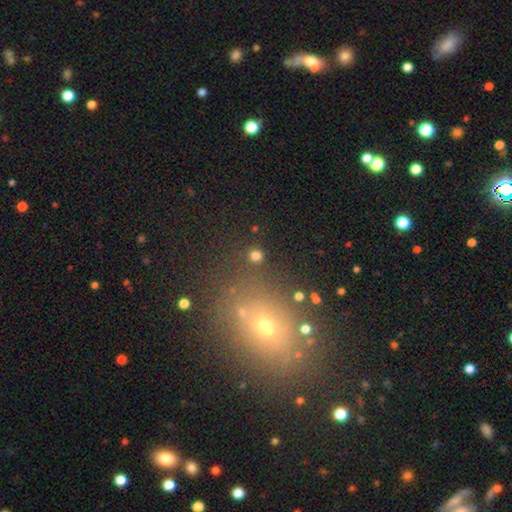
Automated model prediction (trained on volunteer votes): smooth_or_featured: smooth (p=0.78) [alt: star or artifact p=0.17]
how_rounded: round (p=0.91) [alt: in between p=0.07]
merging: none (p=0.86) [alt: minor disturbance p=0.06]